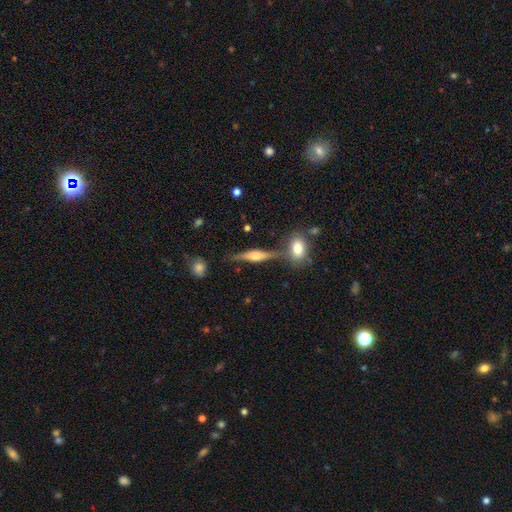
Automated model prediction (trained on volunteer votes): Morphology: type=featured or disk (71%); edge-on=yes (95%); edge-on bulge=rounded (91%); merging=none (73%).